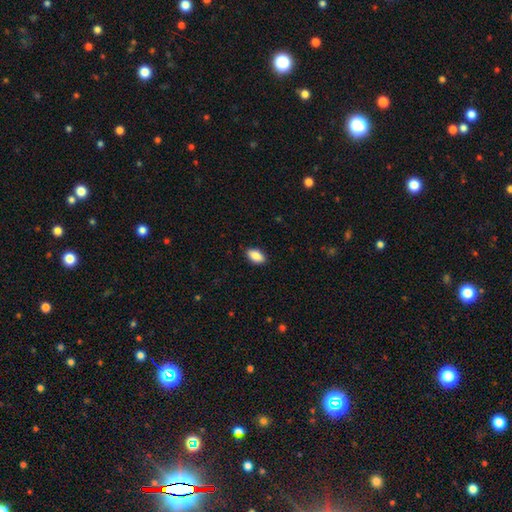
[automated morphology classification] A smooth galaxy with no disk features (88%) that is in between round and cigar-shaped (93%).

Vote fractions:
- Smooth or featured? smooth: 88% / star or artifact: 7% / featured or disk: 5%
- How rounded? in between: 93% / round: 4% / cigar-shaped: 3%
- Merging? none: 89% / minor disturbance: 8% / major disturbance: 2% / merger: 1%